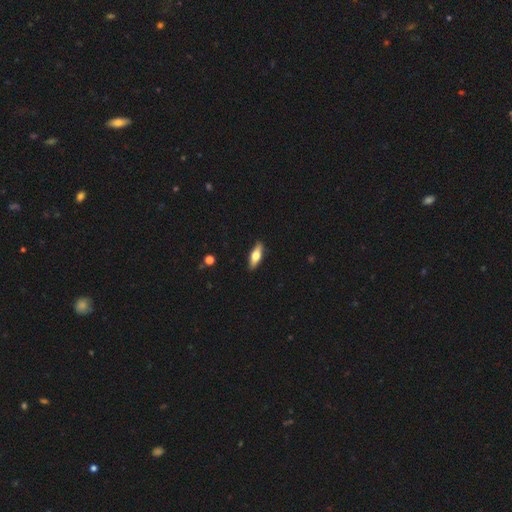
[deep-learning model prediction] A smooth galaxy with no disk features (56%) that is in between round and cigar-shaped (56%).

Vote fractions:
- Smooth or featured? smooth: 56% / featured or disk: 38% / star or artifact: 6%
- How rounded? in between: 56% / cigar-shaped: 41% / round: 3%
- Merging? none: 89% / minor disturbance: 8% / major disturbance: 2% / merger: 1%